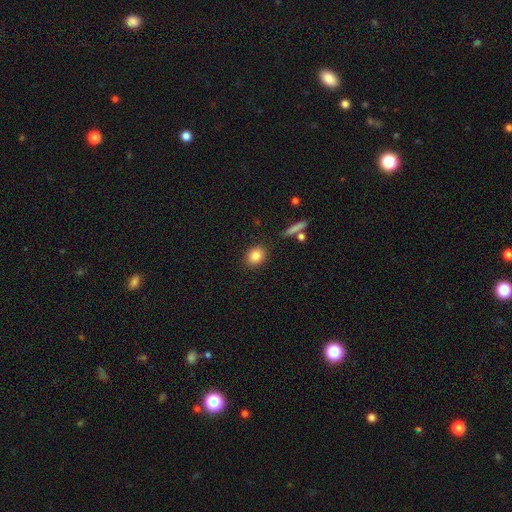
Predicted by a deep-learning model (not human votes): smooth_or_featured: smooth (p=0.84) [alt: star or artifact p=0.09]
how_rounded: round (p=0.54) [alt: in between p=0.44]
merging: none (p=0.86) [alt: minor disturbance p=0.08]